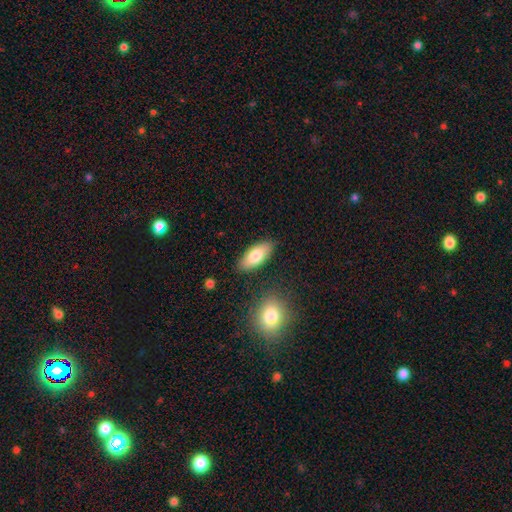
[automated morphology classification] Smooth or featured?
  - smooth: 79% *
  - featured or disk: 15%
  - star or artifact: 6%
How rounded?
  - in between: 85% *
  - cigar-shaped: 12%
  - round: 2%
Merging?
  - none: 84% *
  - minor disturbance: 11%
  - merger: 3%
  - major disturbance: 2%